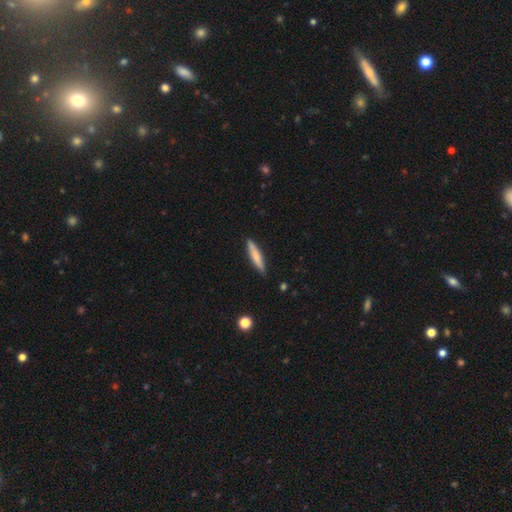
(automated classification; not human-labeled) Morphology: type=smooth (75%); roundness=cigar-shaped (89%); merging=none (87%).